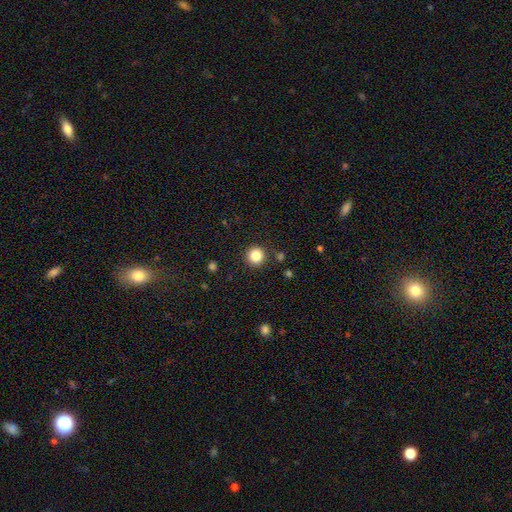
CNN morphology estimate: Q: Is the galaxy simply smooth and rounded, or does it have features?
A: smooth — 84%.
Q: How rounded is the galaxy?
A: round — 95%.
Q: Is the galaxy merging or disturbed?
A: none — 90%.